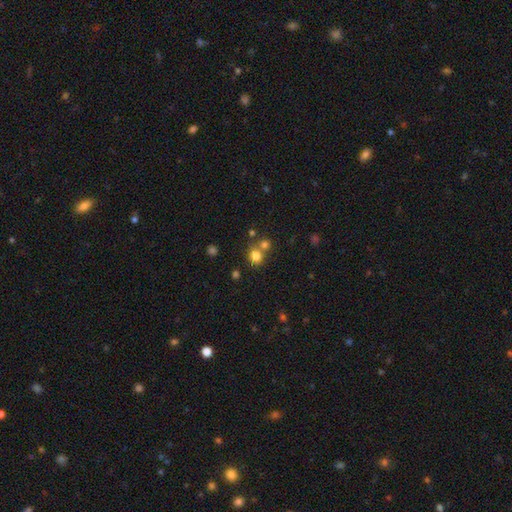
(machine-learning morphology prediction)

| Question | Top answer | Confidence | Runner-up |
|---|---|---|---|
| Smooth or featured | smooth | 78% | star or artifact (14%) |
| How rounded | round | 81% | in between (18%) |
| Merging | none | 58% | merger (31%) |